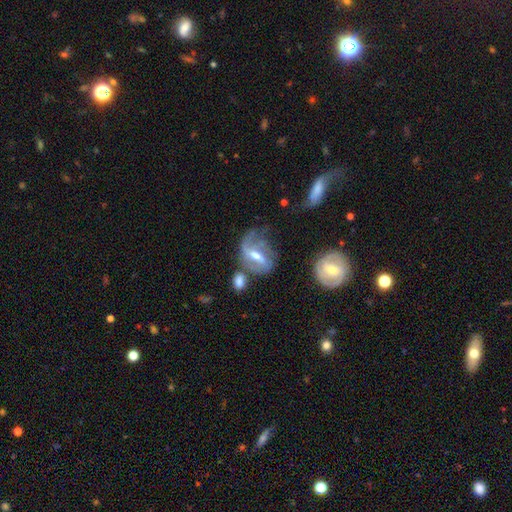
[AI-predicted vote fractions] Smooth or featured? Predicted: featured or disk (p=0.69). Edge-on disk? Predicted: no (p=0.91). Bar? Predicted: strong (p=0.44). Spiral arms? Predicted: yes (p=0.75). Bulge size? Predicted: moderate (p=0.58). Merging? Predicted: none (p=0.36).